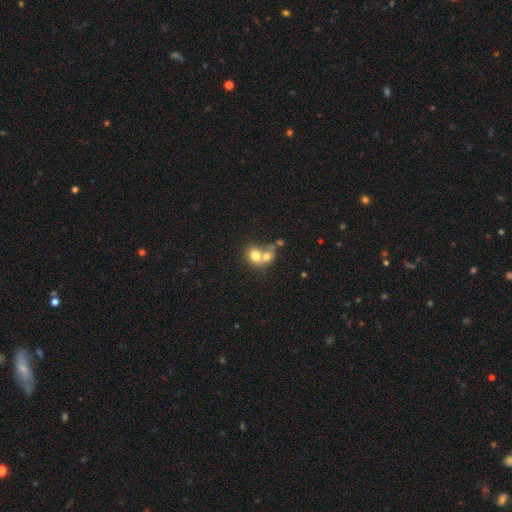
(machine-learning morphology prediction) A smooth galaxy with no disk features (71%) that is round (66%). Merging: merger (63%).